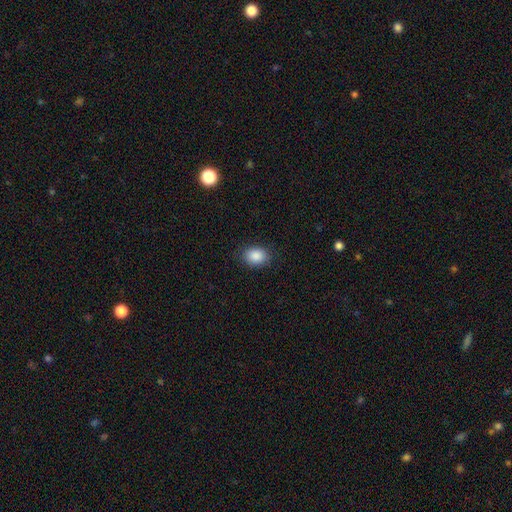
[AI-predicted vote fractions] This is clearly a smooth galaxy (88%). How rounded: likely in between (71%). Merging: clearly none (87%).